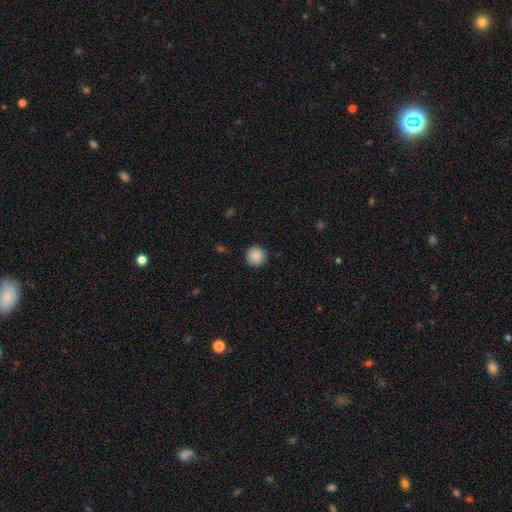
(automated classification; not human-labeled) A smooth galaxy with no disk features (87%) that is round (95%). Merging: none (91%).